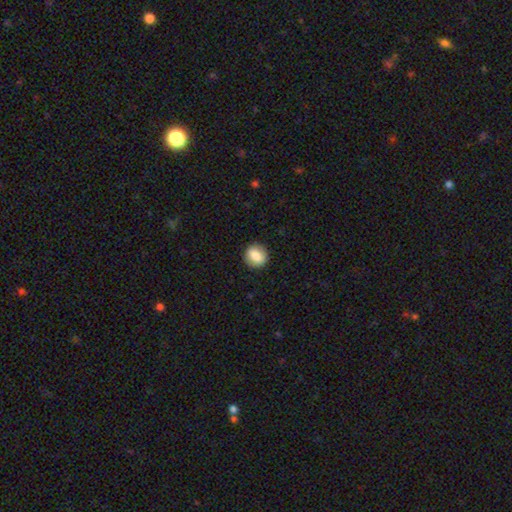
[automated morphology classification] Smooth or featured?
  - smooth: 84% *
  - featured or disk: 9%
  - star or artifact: 8%
How rounded?
  - round: 74% *
  - in between: 25%
  - cigar-shaped: 1%
Merging?
  - none: 89% *
  - minor disturbance: 8%
  - major disturbance: 2%
  - merger: 1%